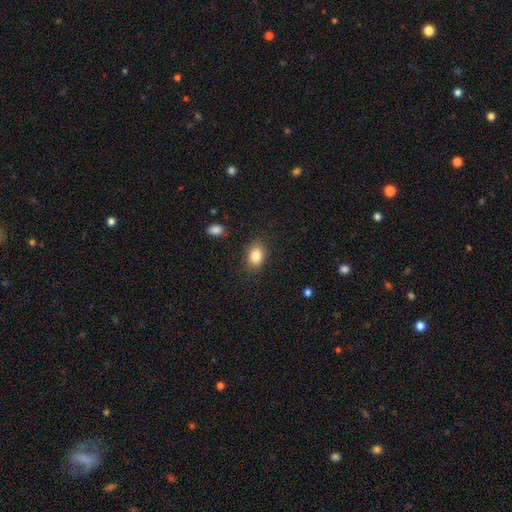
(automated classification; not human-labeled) Smooth or featured?
  - smooth: 85% *
  - star or artifact: 9%
  - featured or disk: 7%
How rounded?
  - in between: 75% *
  - round: 24%
  - cigar-shaped: 1%
Merging?
  - none: 83% *
  - minor disturbance: 12%
  - major disturbance: 3%
  - merger: 2%